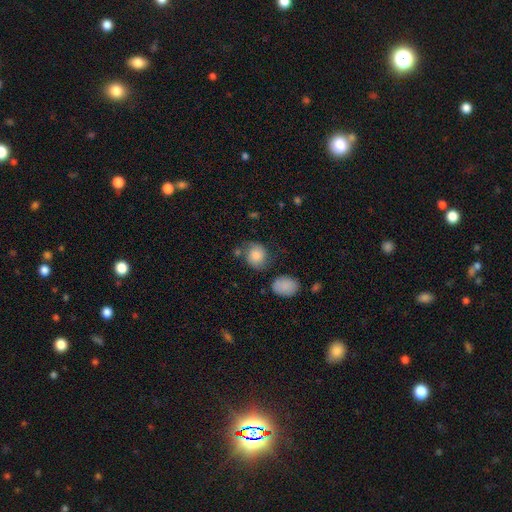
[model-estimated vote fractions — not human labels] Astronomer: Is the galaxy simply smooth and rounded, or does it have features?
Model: smooth — 75%.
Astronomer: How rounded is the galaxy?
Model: round — 77%.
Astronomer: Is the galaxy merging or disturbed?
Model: none — 62%.